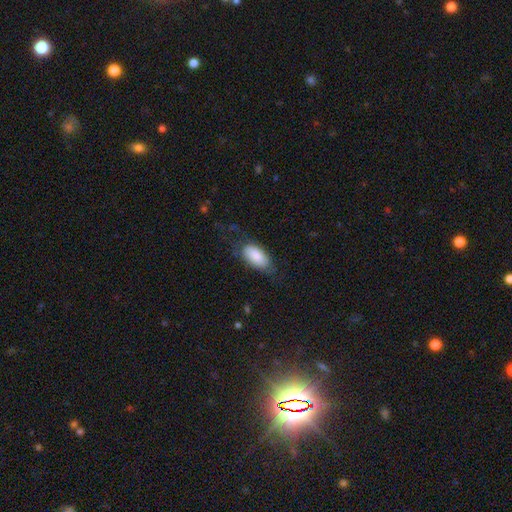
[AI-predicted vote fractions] Q: Smooth or featured?
A: smooth (81%); runner-up: featured or disk (13%)
Q: How rounded?
A: in between (93%); runner-up: cigar-shaped (5%)
Q: Merging?
A: none (60%); runner-up: minor disturbance (25%)